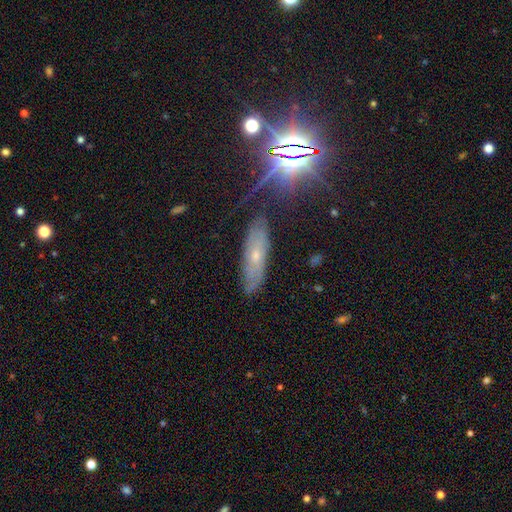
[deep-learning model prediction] featured or disk 52%, smooth 28%, star or artifact 20%. Down the decision tree: edge-on disk — no (65%); merging — none (75%).